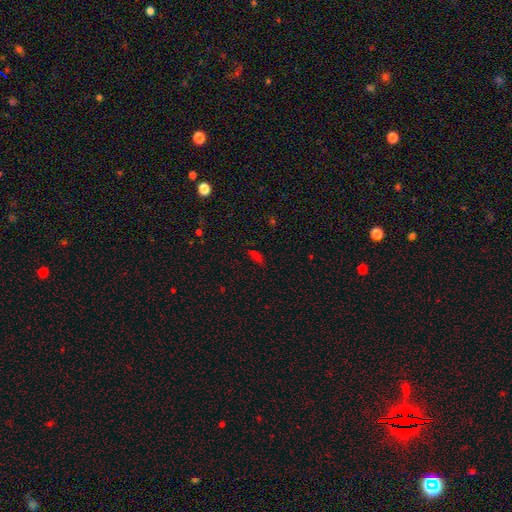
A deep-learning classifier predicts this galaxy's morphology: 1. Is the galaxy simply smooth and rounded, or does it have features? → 61% smooth, 30% star or artifact, 8% featured or disk.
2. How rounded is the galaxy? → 70% in between, 24% cigar-shaped, 6% round.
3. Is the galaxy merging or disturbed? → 75% none, 16% minor disturbance, 5% major disturbance, 3% merger.